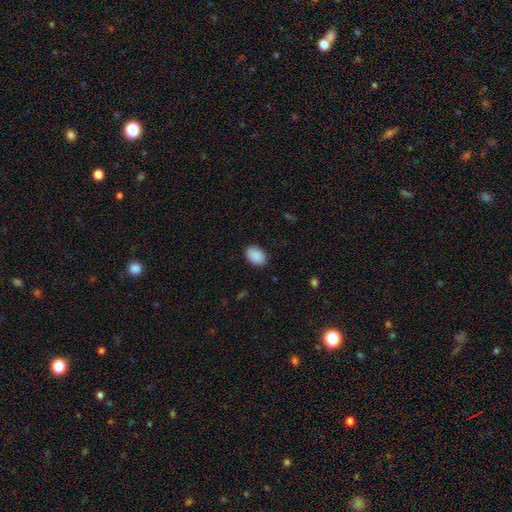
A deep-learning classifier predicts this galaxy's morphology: type=smooth (90%); roundness=in between (82%); merging=none (87%).